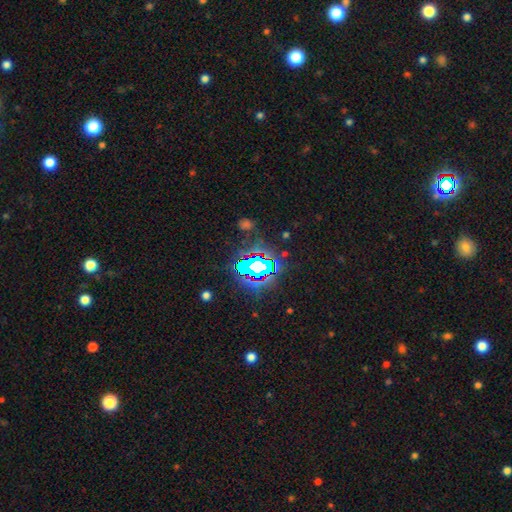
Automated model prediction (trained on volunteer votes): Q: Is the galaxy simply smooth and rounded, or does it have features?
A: star or artifact — 82%.